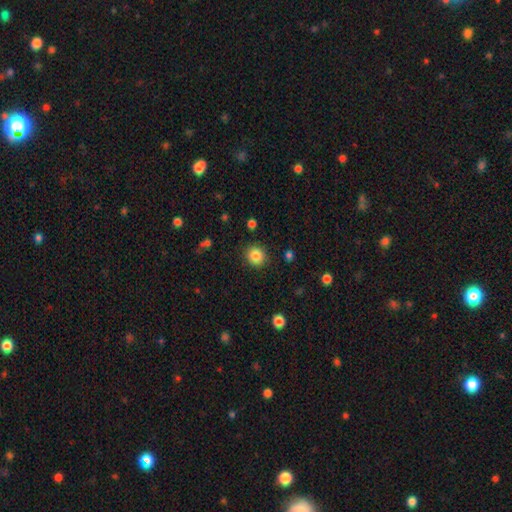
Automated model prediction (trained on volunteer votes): Smooth or featured: smooth — 85% (star or artifact — 10%)
How rounded: round — 86% (in between — 13%)
Merging: none — 89% (minor disturbance — 7%)